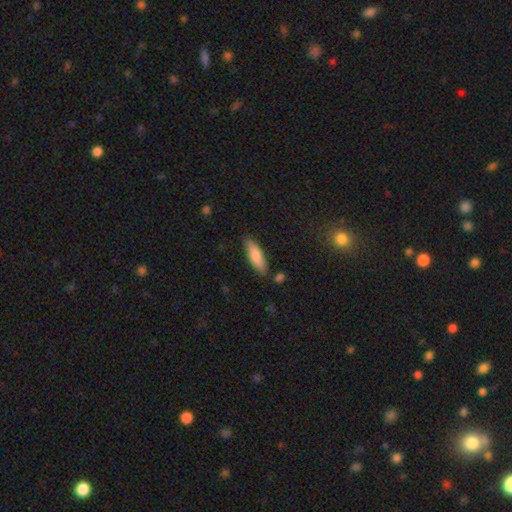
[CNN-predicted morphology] Smooth or featured: smooth — 81% (featured or disk — 13%)
How rounded: cigar-shaped — 51% (in between — 47%)
Merging: none — 82% (minor disturbance — 12%)